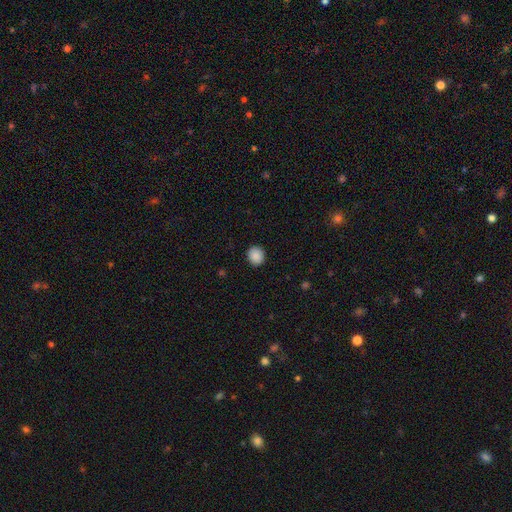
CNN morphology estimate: type=smooth (89%); roundness=round (86%); merging=none (91%).